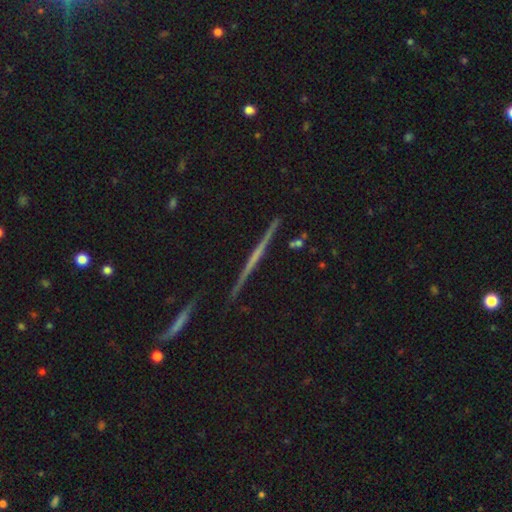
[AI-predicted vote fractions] A featured or disk galaxy (71%) viewed edge-on (98%) with no central bulge (73%).

Vote fractions:
- Smooth or featured? featured or disk: 71% / smooth: 21% / star or artifact: 8%
- Edge-on disk? yes: 98% / no: 2%
- Edge-on bulge? none: 73% / rounded: 19% / boxy: 8%
- Merging? none: 90% / minor disturbance: 6% / merger: 2% / major disturbance: 2%